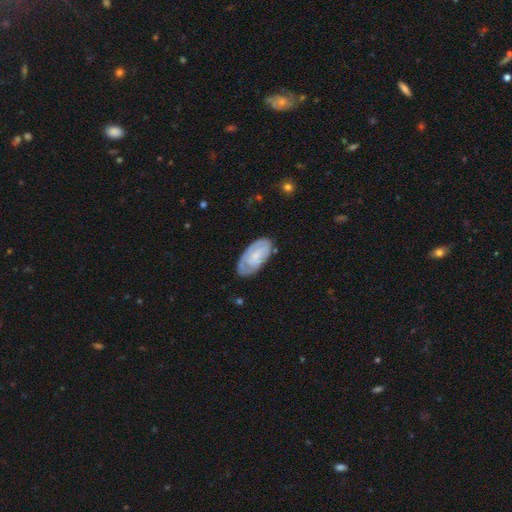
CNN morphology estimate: featured or disk 54%, smooth 40%, star or artifact 6%. Down the decision tree: edge-on disk — no (93%); merging — none (71%).